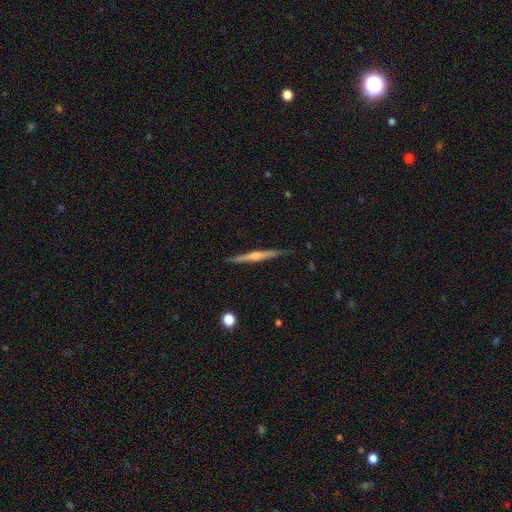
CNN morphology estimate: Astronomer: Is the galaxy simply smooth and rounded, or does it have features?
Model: featured or disk — 73%.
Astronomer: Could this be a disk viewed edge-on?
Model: yes — 98%.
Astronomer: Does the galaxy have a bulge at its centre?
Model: rounded — 76%.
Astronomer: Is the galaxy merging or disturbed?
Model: none — 90%.